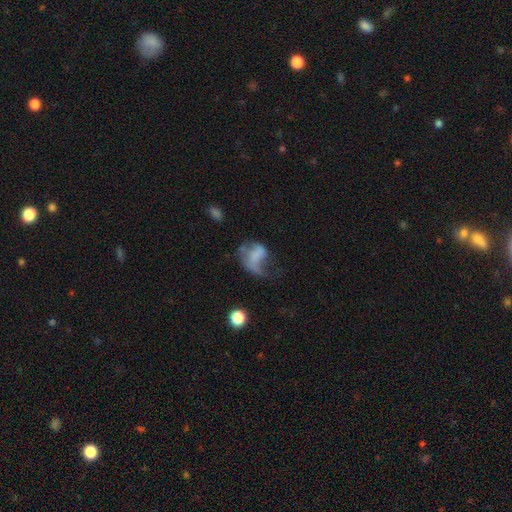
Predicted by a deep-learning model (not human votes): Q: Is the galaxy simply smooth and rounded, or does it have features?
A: smooth — 47%.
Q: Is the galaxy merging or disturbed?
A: major disturbance — 56%.